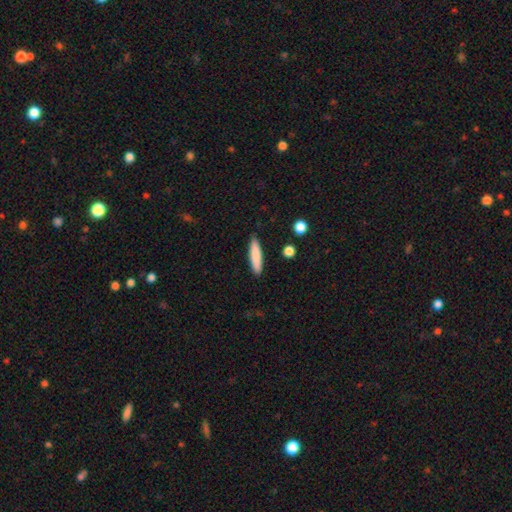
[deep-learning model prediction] smooth 82%, featured or disk 12%, star or artifact 6%. Down the decision tree: how rounded — cigar-shaped (84%); merging — none (88%).